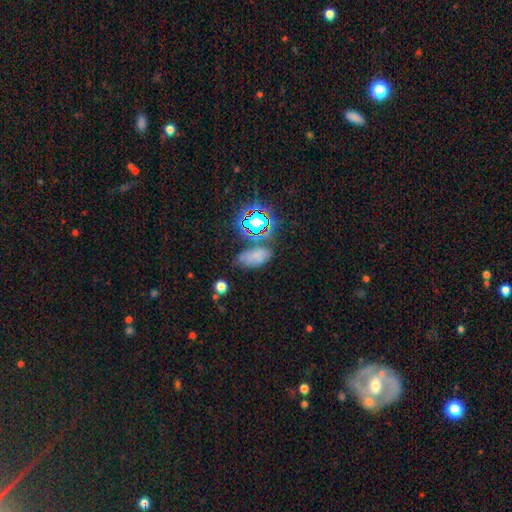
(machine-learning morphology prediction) Overall: smooth (58%; star or artifact 28%). How rounded: in between (86%). Merging: none (53%; minor disturbance 25%).